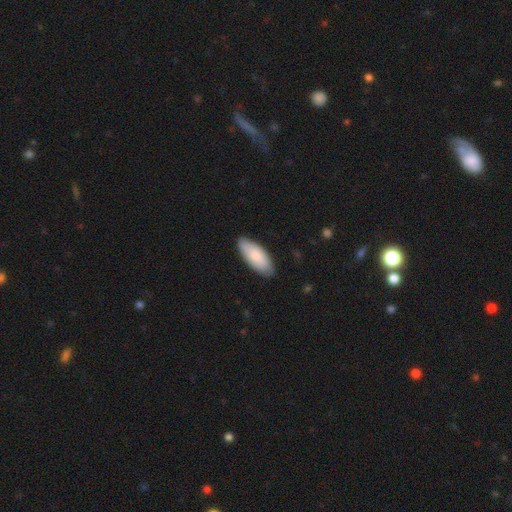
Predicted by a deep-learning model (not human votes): Smooth or featured?
  - smooth: 82% *
  - featured or disk: 13%
  - star or artifact: 5%
How rounded?
  - in between: 84% *
  - cigar-shaped: 15%
  - round: 2%
Merging?
  - none: 85% *
  - minor disturbance: 12%
  - major disturbance: 2%
  - merger: 1%